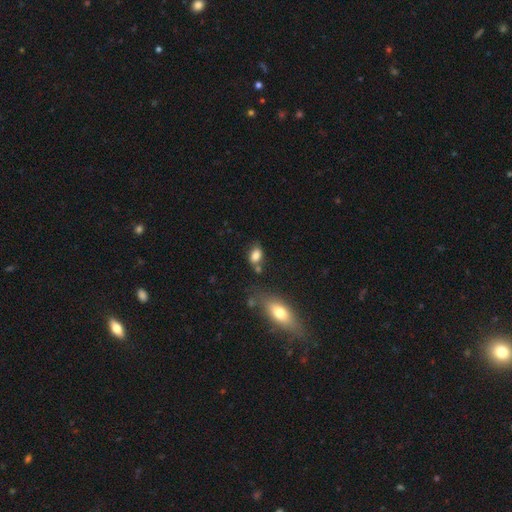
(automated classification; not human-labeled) Smooth or featured? smooth (82%)
How rounded? in between (82%)
Merging? none (58%)